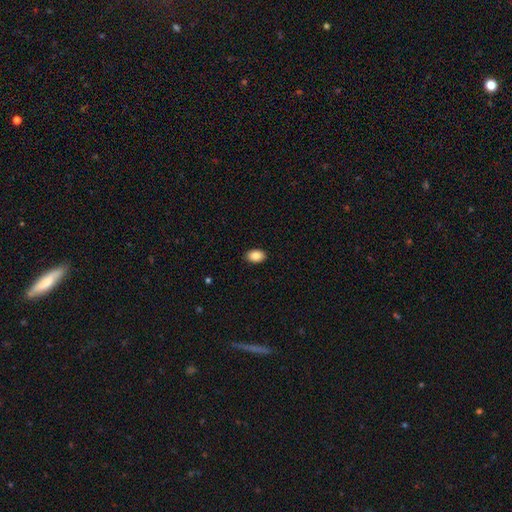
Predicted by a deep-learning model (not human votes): smooth_or_featured: smooth (p=0.88) [alt: star or artifact p=0.07]
how_rounded: in between (p=0.86) [alt: round p=0.13]
merging: none (p=0.90) [alt: minor disturbance p=0.07]